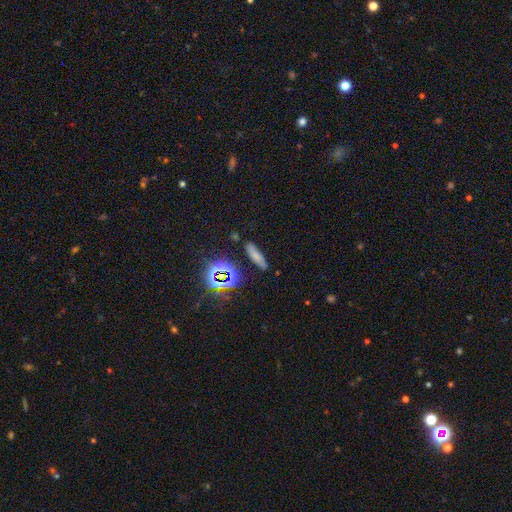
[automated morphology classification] A smooth galaxy with no disk features (64%) that is cigar-shaped (66%).

Vote fractions:
- Smooth or featured? smooth: 64% / star or artifact: 22% / featured or disk: 14%
- How rounded? cigar-shaped: 66% / in between: 29% / round: 5%
- Merging? none: 79% / minor disturbance: 14% / major disturbance: 4% / merger: 3%